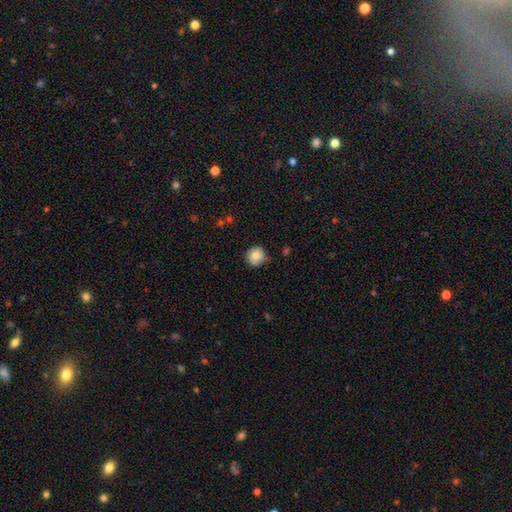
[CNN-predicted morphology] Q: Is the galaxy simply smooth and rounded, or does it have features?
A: smooth — 82%.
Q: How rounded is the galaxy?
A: round — 90%.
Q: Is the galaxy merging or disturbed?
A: none — 74%.